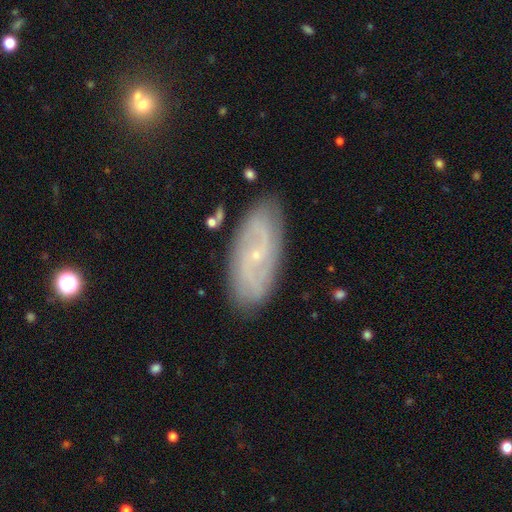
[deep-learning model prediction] This is likely a featured or disk galaxy (78%). It is clearly not viewed edge-on (93%). Bar: possibly no (56%). Spiral arm pattern: clearly yes (92%). Spiral arm count: likely 2 (61%). Spiral winding: marginally medium (43%). Central bulge: clearly small (85%). Merging: clearly none (85%).